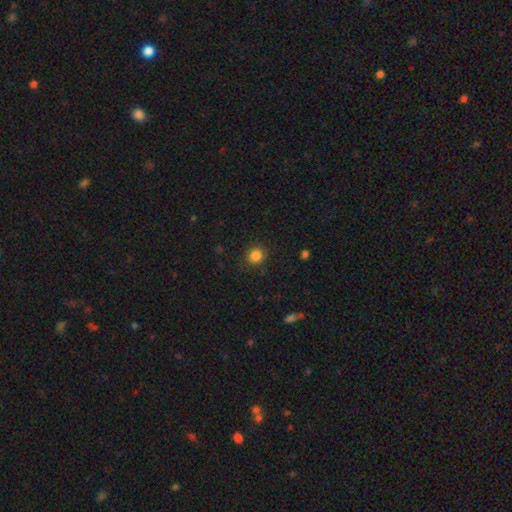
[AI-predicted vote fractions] This is clearly a smooth galaxy (84%). How rounded: clearly round (88%). Merging: clearly none (86%).